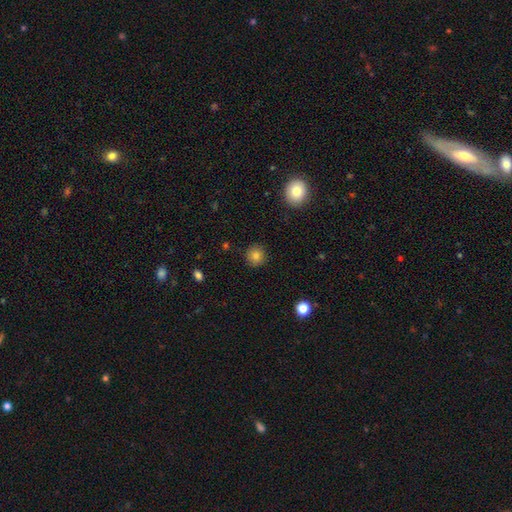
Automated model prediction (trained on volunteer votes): Overall: smooth (82%). How rounded: round (93%). Merging: none (90%).